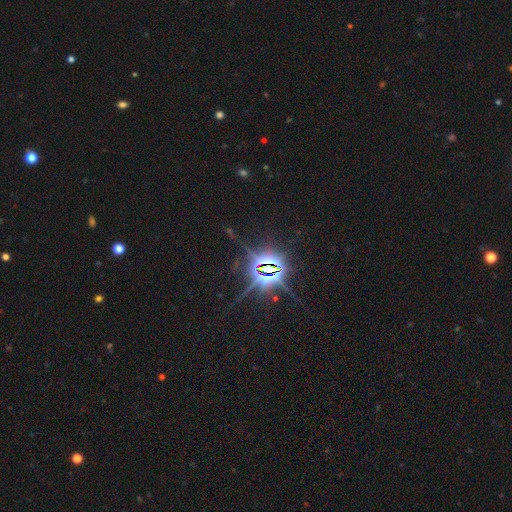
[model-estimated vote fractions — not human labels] A star or artifact, not a galaxy (87%).